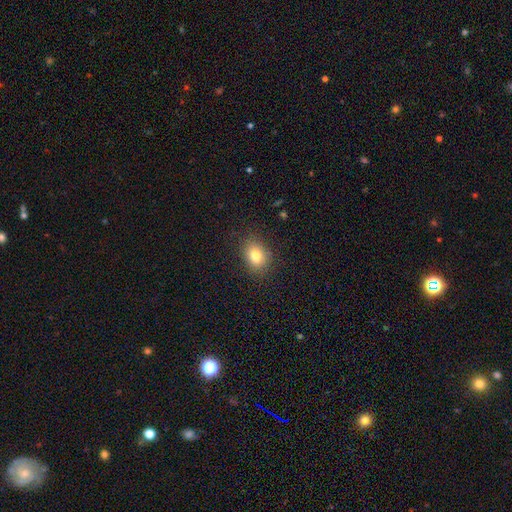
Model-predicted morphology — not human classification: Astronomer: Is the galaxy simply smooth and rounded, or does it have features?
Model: smooth — 80%.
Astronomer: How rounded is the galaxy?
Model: in between — 61% (runner-up: round, 38%).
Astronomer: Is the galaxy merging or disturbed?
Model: none — 85%.